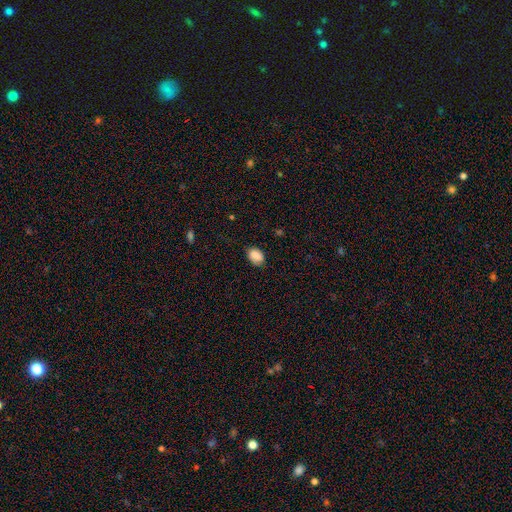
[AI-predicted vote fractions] Q: Smooth or featured?
A: smooth (87%); runner-up: star or artifact (8%)
Q: How rounded?
A: in between (77%); runner-up: round (22%)
Q: Merging?
A: none (75%); runner-up: minor disturbance (20%)